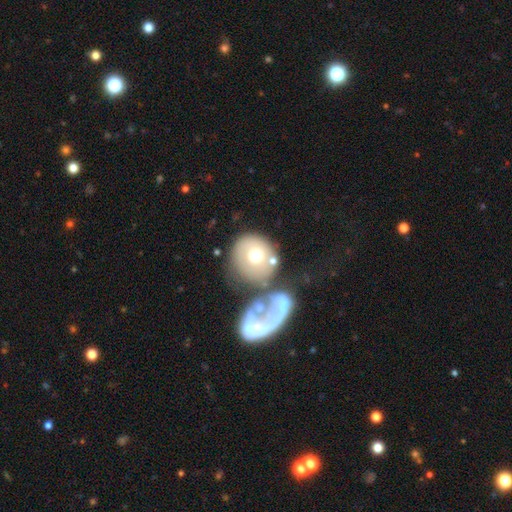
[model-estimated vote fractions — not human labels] Q: Smooth or featured?
A: smooth (58%); runner-up: featured or disk (32%)
Q: How rounded?
A: round (84%); runner-up: in between (15%)
Q: Merging?
A: none (47%); runner-up: merger (27%)